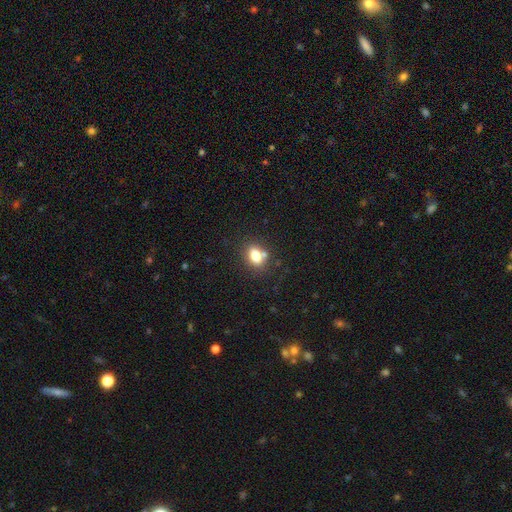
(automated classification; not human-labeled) Smooth or featured? smooth (78%)
How rounded? in between (75%)
Merging? none (64%)